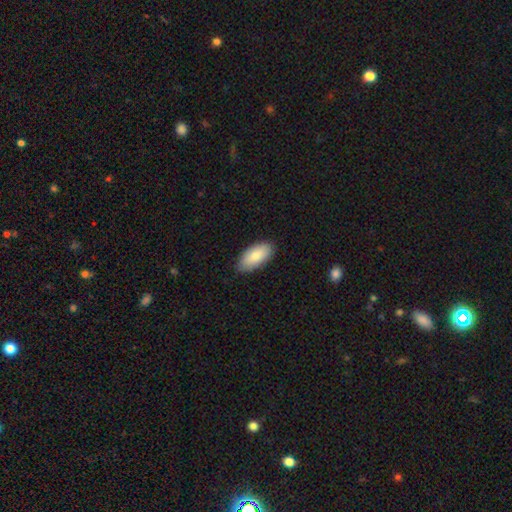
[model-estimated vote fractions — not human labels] Q: Smooth or featured?
A: smooth (85%); runner-up: featured or disk (10%)
Q: How rounded?
A: in between (92%); runner-up: cigar-shaped (6%)
Q: Merging?
A: none (84%); runner-up: minor disturbance (13%)